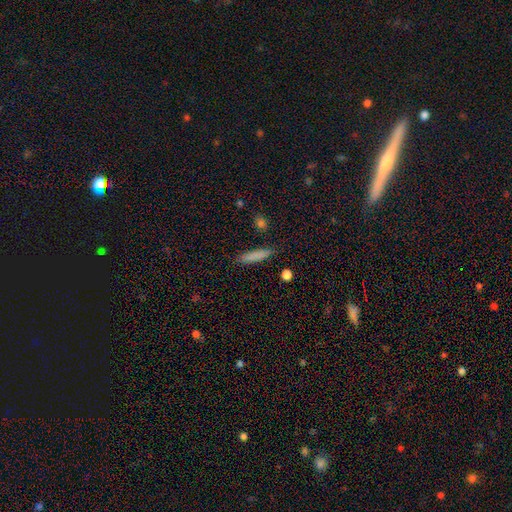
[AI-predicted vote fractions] A smooth galaxy with no disk features (82%) that is cigar-shaped (83%). Merging: none (85%).